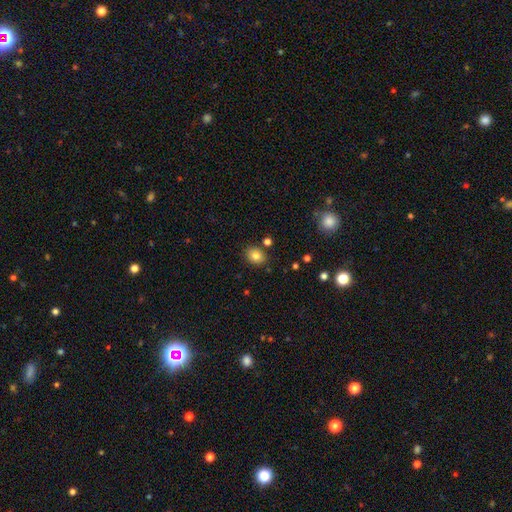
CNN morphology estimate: This appears to be a smooth galaxy with no disk features (82%) that is round (57%). Merging: none (83%).